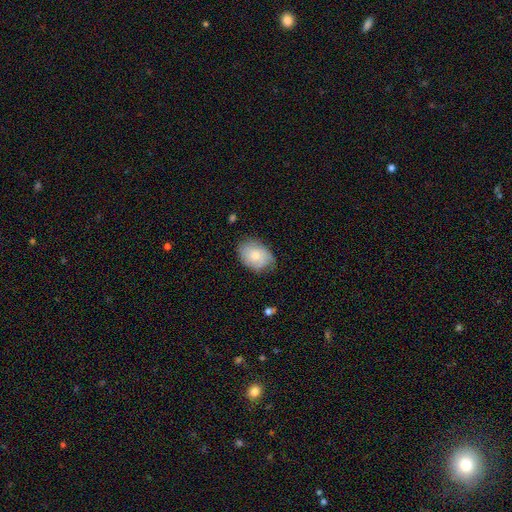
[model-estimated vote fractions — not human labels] Smooth or featured? smooth (66%)
How rounded? in between (76%)
Merging? none (68%)